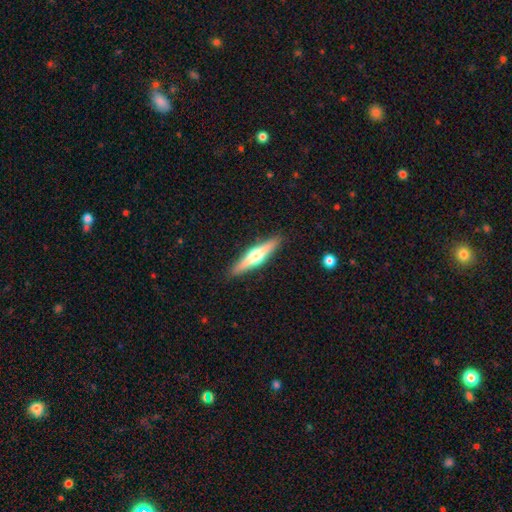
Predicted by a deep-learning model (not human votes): This is likely a featured or disk galaxy (61%). It is clearly viewed edge-on (96%). Edge-on bulge: clearly rounded (94%). Merging: clearly none (90%).